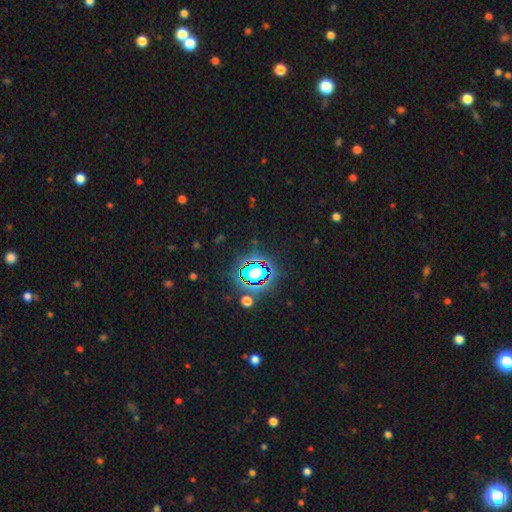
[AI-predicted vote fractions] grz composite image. It shows a star or artifact, not a galaxy (83%).